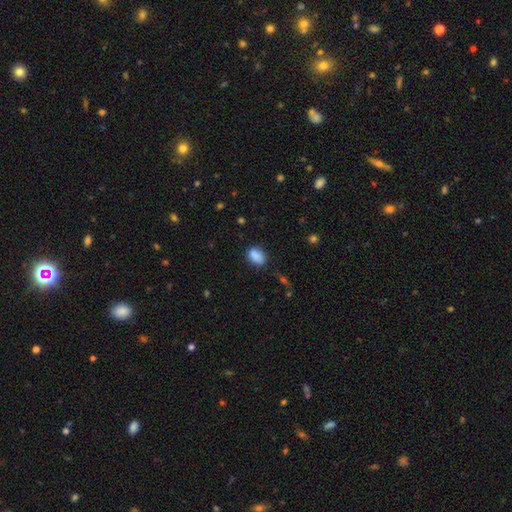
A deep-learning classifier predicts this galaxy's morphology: Smooth or featured?
  - smooth: 86% *
  - star or artifact: 8%
  - featured or disk: 5%
How rounded?
  - in between: 78% *
  - round: 20%
  - cigar-shaped: 2%
Merging?
  - none: 72% *
  - minor disturbance: 20%
  - major disturbance: 4%
  - merger: 3%